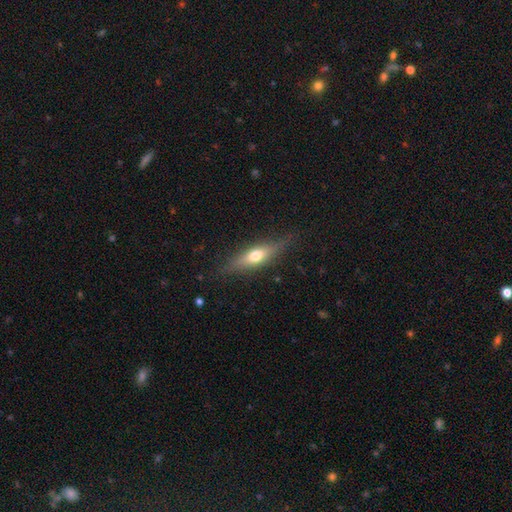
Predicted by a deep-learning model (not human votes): A smooth galaxy with no disk features (51%) that is cigar-shaped (58%). Merging: none (81%).